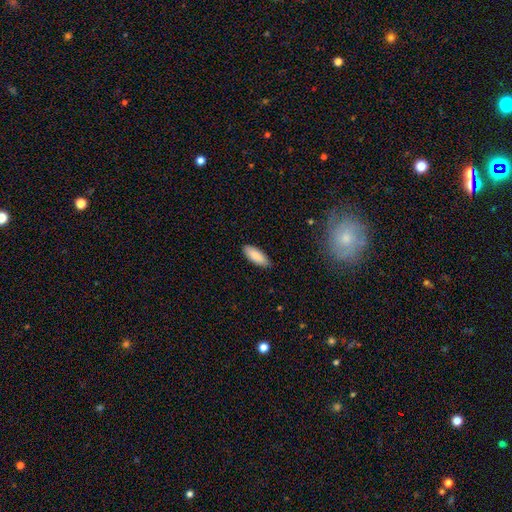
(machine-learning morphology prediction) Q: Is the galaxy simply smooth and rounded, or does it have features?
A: smooth — 89%.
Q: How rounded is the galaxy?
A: in between — 74%.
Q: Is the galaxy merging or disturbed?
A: none — 87%.